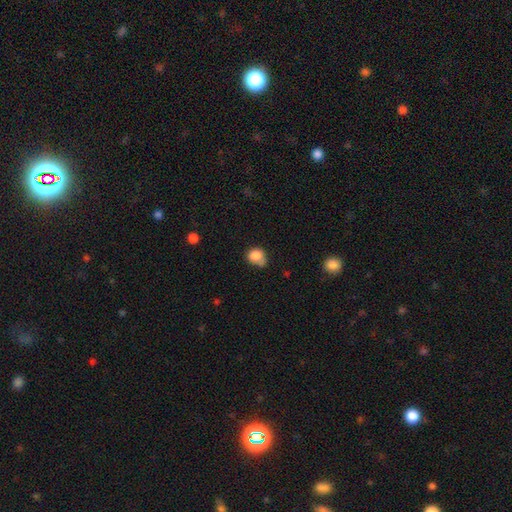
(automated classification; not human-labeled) Smooth or featured? smooth (83%)
How rounded? round (69%)
Merging? none (47%)